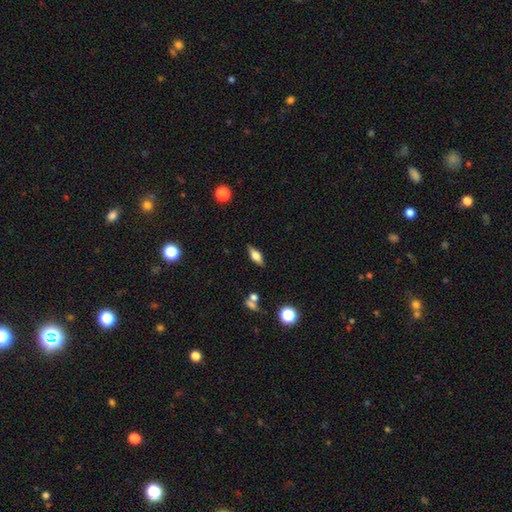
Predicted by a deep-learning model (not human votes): smooth 53%, featured or disk 38%, star or artifact 9%. Down the decision tree: how rounded — in between (68%); merging — none (85%).